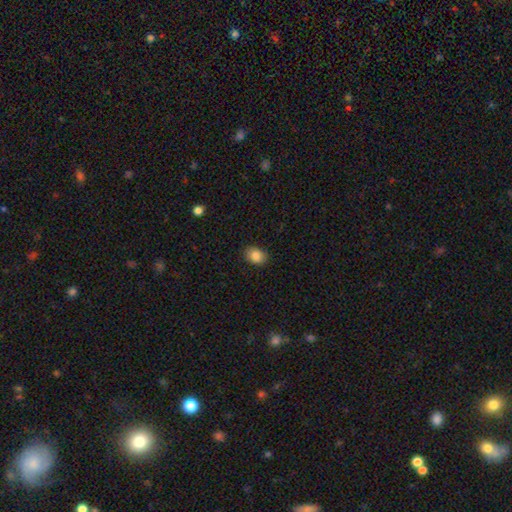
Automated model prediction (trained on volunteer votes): Q: Smooth or featured?
A: smooth (86%); runner-up: star or artifact (9%)
Q: How rounded?
A: in between (67%); runner-up: round (33%)
Q: Merging?
A: none (88%); runner-up: minor disturbance (9%)